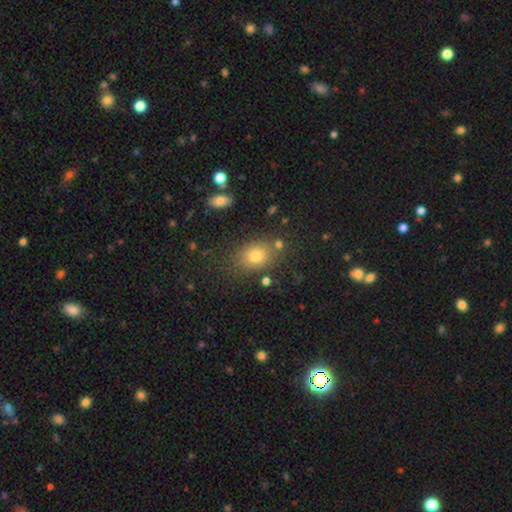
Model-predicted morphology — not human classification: Smooth or featured? smooth (77%)
How rounded? in between (67%)
Merging? none (76%)